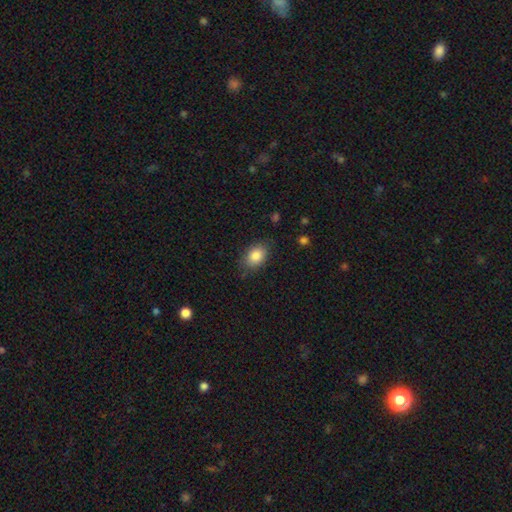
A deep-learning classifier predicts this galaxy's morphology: Smooth or featured?
  - smooth: 85% *
  - star or artifact: 8%
  - featured or disk: 7%
How rounded?
  - in between: 80% *
  - round: 19%
  - cigar-shaped: 1%
Merging?
  - none: 79% *
  - minor disturbance: 16%
  - major disturbance: 4%
  - merger: 1%